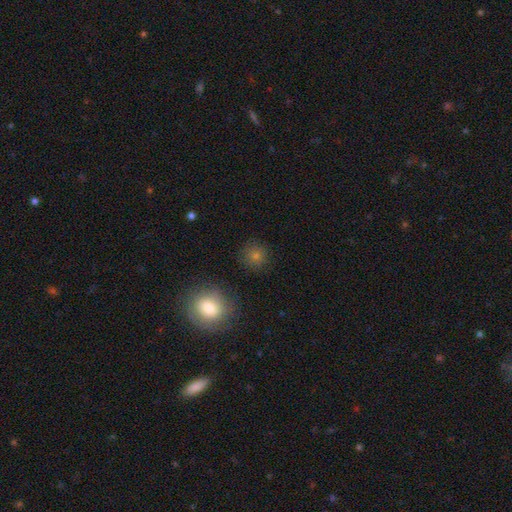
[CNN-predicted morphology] smooth_or_featured: smooth (p=0.74) [alt: star or artifact p=0.18]
how_rounded: round (p=0.92) [alt: in between p=0.07]
merging: none (p=0.87) [alt: minor disturbance p=0.08]